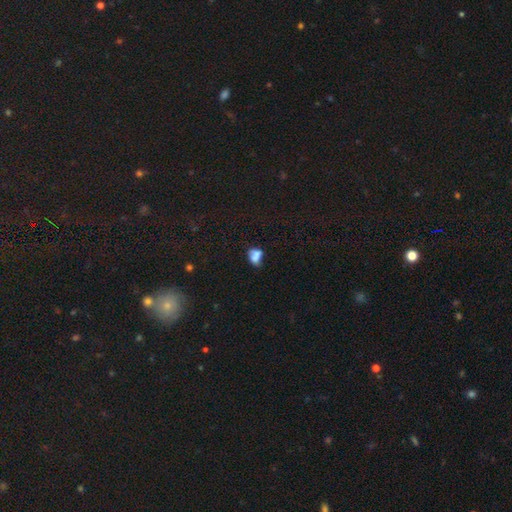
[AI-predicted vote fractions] smooth 69%, featured or disk 16%, star or artifact 14%. Down the decision tree: how rounded — in between (70%); merging — merger (35%).